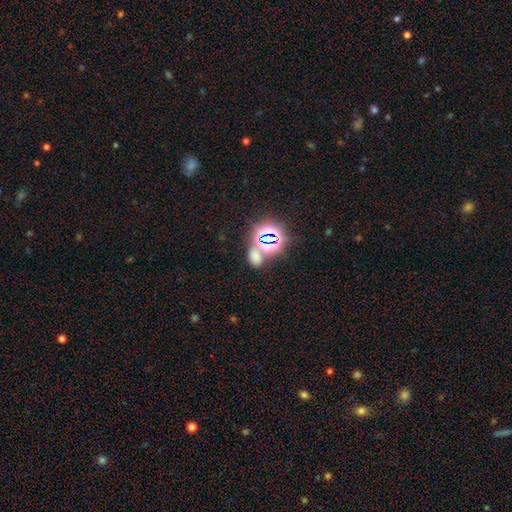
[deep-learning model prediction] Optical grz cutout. It shows a smooth galaxy with no disk features (47%). Merging: none (57%).